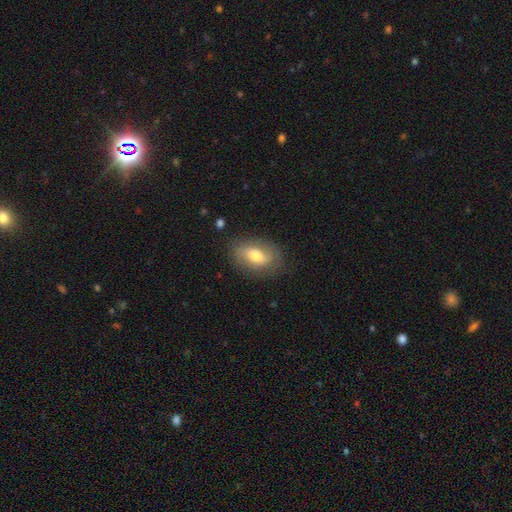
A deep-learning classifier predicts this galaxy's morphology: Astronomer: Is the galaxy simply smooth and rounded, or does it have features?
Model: smooth — 57% (runner-up: featured or disk, 36%).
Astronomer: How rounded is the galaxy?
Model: in between — 88%.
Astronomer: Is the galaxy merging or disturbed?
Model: none — 75%.